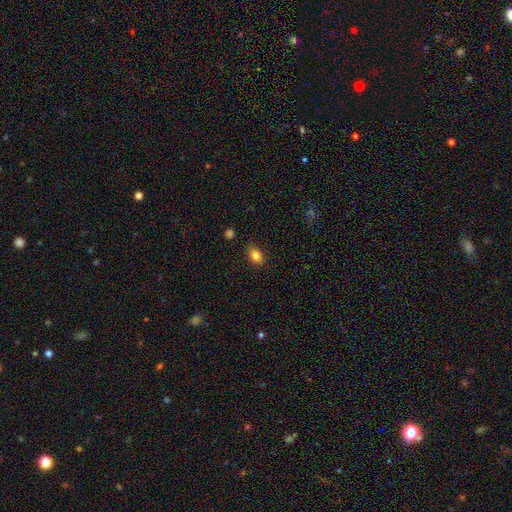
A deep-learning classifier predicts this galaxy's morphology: Smooth or featured? Predicted: smooth (p=0.83). How rounded? Predicted: in between (p=0.81). Merging? Predicted: none (p=0.84).